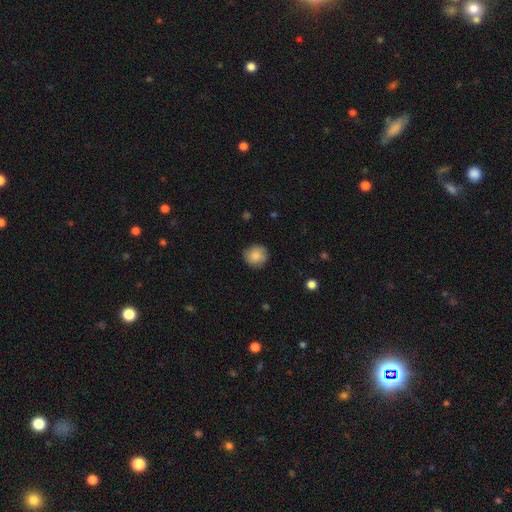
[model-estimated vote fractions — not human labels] smooth_or_featured: smooth (p=0.85) [alt: featured or disk p=0.08]
how_rounded: round (p=0.92) [alt: in between p=0.07]
merging: none (p=0.86) [alt: minor disturbance p=0.10]